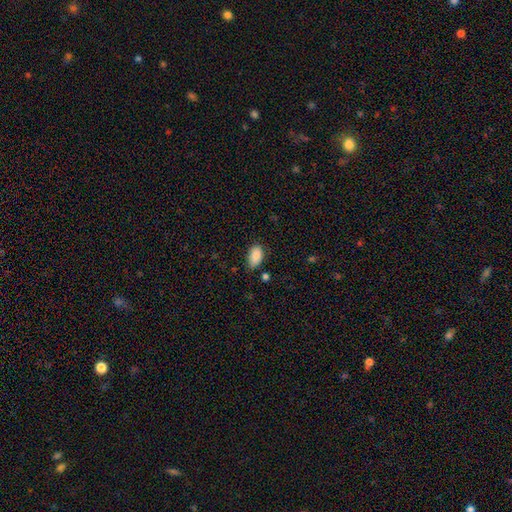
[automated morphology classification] Smooth or featured: smooth — 87% (star or artifact — 8%)
How rounded: in between — 93% (round — 5%)
Merging: none — 70% (minor disturbance — 23%)